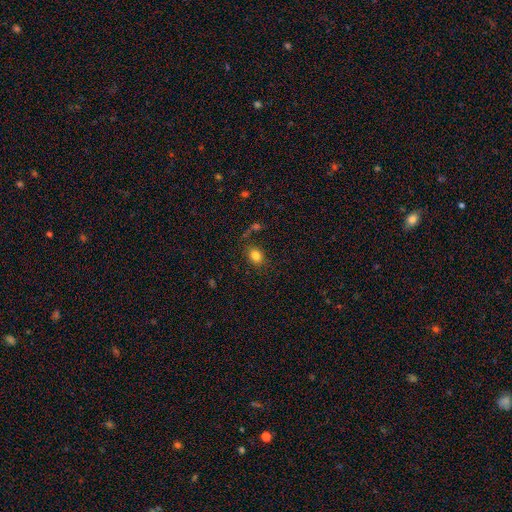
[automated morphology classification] Q: Smooth or featured?
A: smooth (82%); runner-up: star or artifact (11%)
Q: How rounded?
A: in between (57%); runner-up: round (42%)
Q: Merging?
A: none (78%); runner-up: minor disturbance (13%)